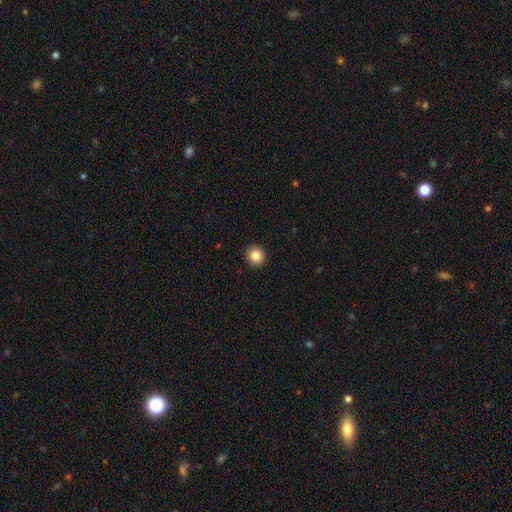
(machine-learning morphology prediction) A smooth galaxy with no disk features (85%) that is round (89%).

Vote fractions:
- Smooth or featured? smooth: 85% / star or artifact: 10% / featured or disk: 5%
- How rounded? round: 89% / in between: 10% / cigar-shaped: 1%
- Merging? none: 93% / minor disturbance: 5% / major disturbance: 2% / merger: 1%